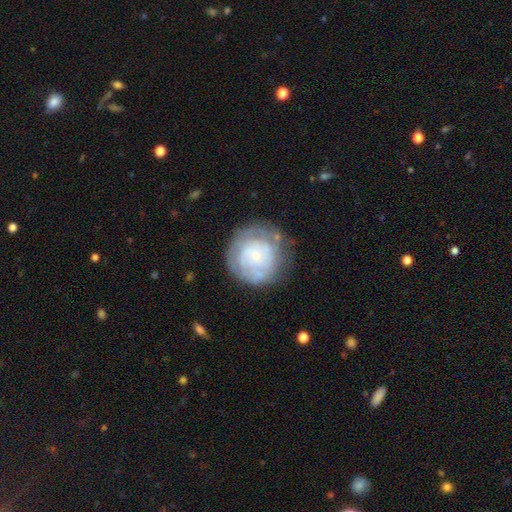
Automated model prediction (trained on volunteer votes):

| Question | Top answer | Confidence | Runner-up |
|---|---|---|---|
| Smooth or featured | featured or disk | 61% | smooth (32%) |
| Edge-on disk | no | 98% | yes (2%) |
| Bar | no | 78% | weak (19%) |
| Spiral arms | yes | 76% | no (24%) |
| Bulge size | small | 65% | moderate (16%) |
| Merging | none | 68% | minor disturbance (19%) |